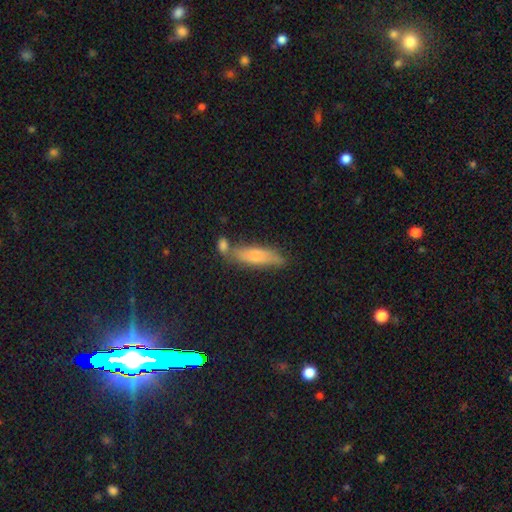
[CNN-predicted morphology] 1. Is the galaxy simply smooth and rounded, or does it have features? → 62% smooth, 28% featured or disk, 10% star or artifact.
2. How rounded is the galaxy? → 63% cigar-shaped, 34% in between, 3% round.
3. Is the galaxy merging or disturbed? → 60% none, 19% minor disturbance, 16% merger, 5% major disturbance.